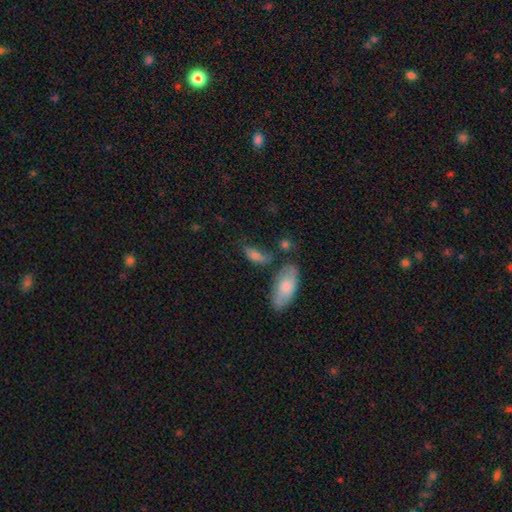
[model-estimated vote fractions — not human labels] This is likely a smooth galaxy (71%). How rounded: likely in between (80%). Merging: marginally none (38%).